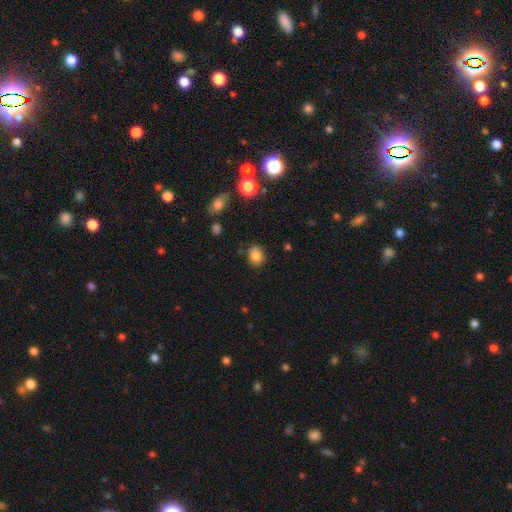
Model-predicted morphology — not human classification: Smooth or featured? smooth (84%)
How rounded? in between (57%)
Merging? none (81%)